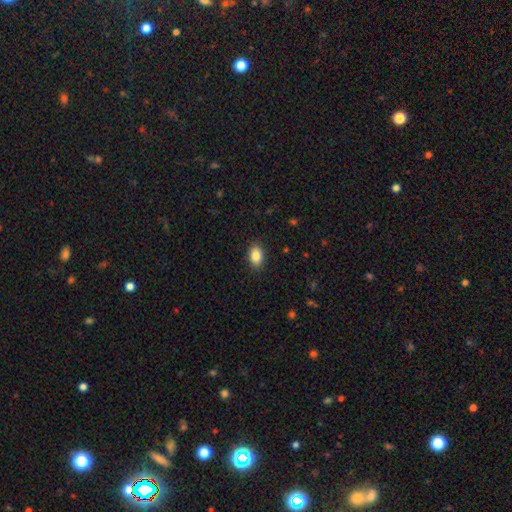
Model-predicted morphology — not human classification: Smooth or featured? Predicted: smooth (p=0.85). How rounded? Predicted: in between (p=0.88). Merging? Predicted: none (p=0.89).